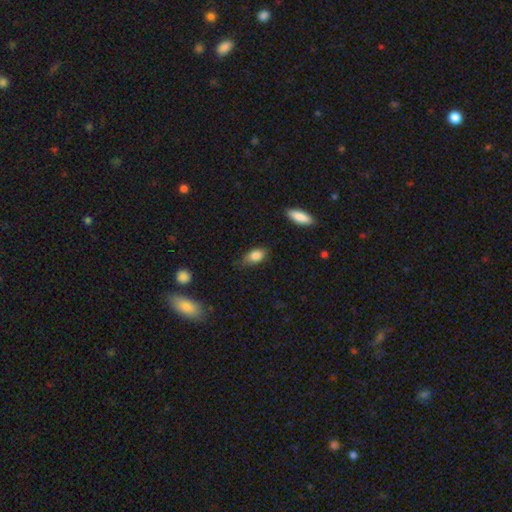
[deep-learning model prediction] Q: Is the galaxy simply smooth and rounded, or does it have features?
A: smooth — 84%.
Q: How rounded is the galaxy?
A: in between — 88%.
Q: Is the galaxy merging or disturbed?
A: none — 68%.